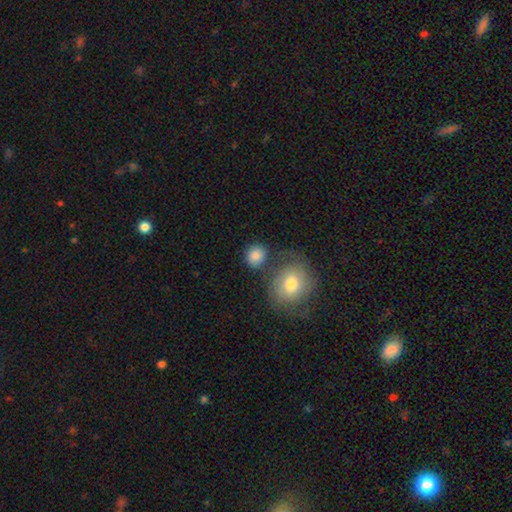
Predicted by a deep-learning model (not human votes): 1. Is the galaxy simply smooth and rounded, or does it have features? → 85% smooth, 8% star or artifact, 7% featured or disk.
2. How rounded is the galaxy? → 80% round, 19% in between, 1% cigar-shaped.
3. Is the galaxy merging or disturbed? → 69% none, 14% minor disturbance, 12% merger, 5% major disturbance.